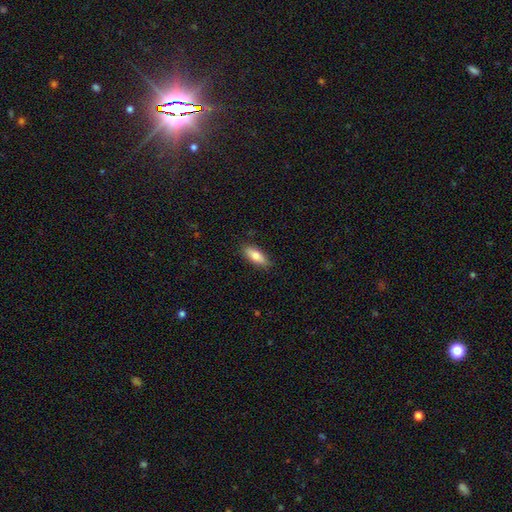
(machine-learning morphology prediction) Smooth or featured?
  - smooth: 78% *
  - featured or disk: 16%
  - star or artifact: 6%
How rounded?
  - in between: 69% *
  - cigar-shaped: 29%
  - round: 2%
Merging?
  - none: 86% *
  - minor disturbance: 11%
  - major disturbance: 2%
  - merger: 1%